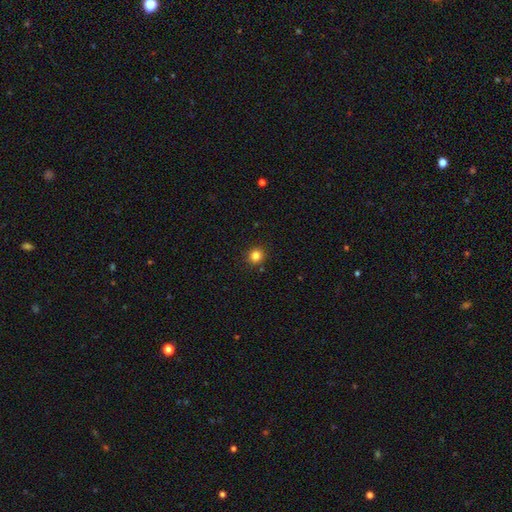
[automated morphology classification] This appears to be a smooth galaxy with no disk features (83%) that is round (89%). Merging: none (90%).